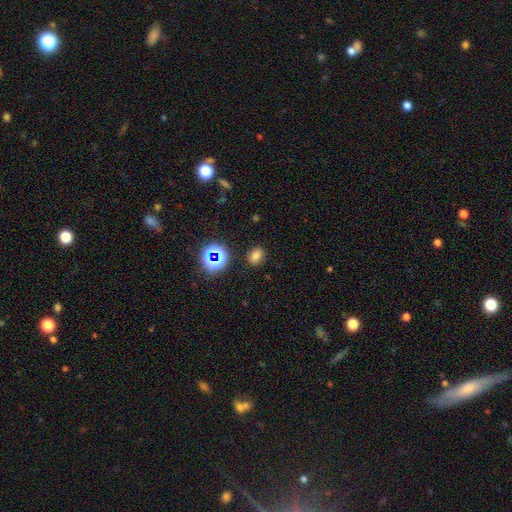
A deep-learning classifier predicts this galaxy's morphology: Smooth or featured: smooth — 72% (star or artifact — 21%)
How rounded: in between — 60% (round — 39%)
Merging: none — 86% (minor disturbance — 9%)